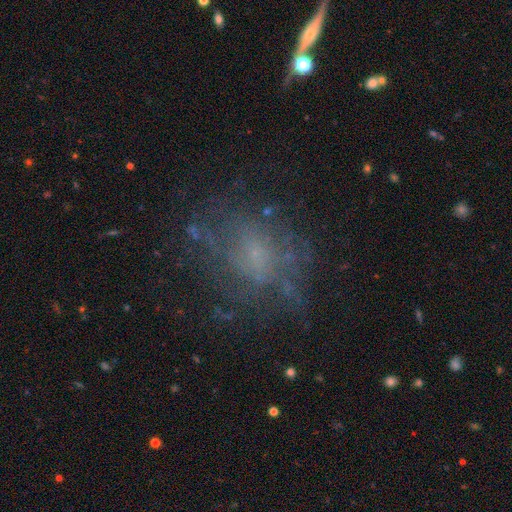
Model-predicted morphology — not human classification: Smooth or featured? featured or disk (47%)
Merging? none (62%)